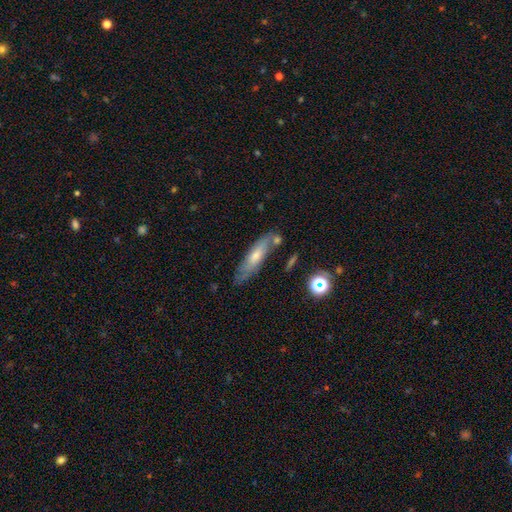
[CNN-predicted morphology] Smooth or featured? Predicted: featured or disk (p=0.49). Merging? Predicted: none (p=0.72).